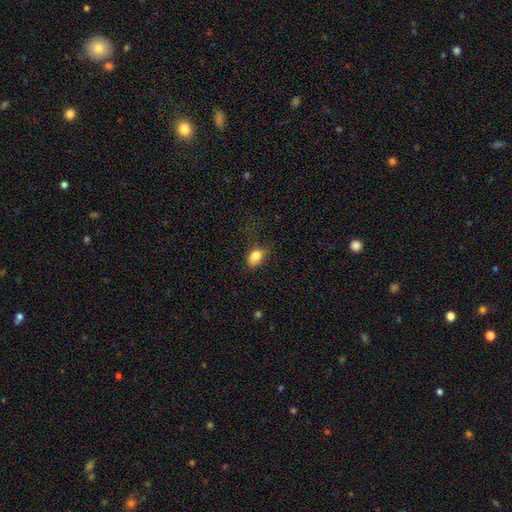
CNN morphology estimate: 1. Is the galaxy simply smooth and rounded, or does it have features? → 83% smooth, 9% star or artifact, 7% featured or disk.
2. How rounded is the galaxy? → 78% in between, 20% round, 2% cigar-shaped.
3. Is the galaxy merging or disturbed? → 54% none, 28% minor disturbance, 16% major disturbance, 2% merger.